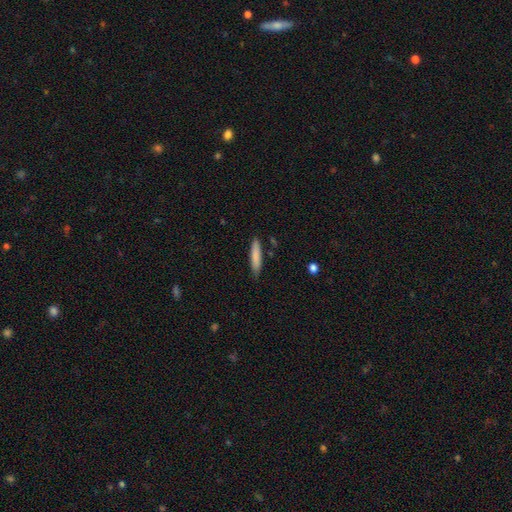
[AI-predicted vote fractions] Q: Smooth or featured?
A: smooth (82%); runner-up: featured or disk (12%)
Q: How rounded?
A: cigar-shaped (86%); runner-up: in between (13%)
Q: Merging?
A: none (84%); runner-up: minor disturbance (12%)